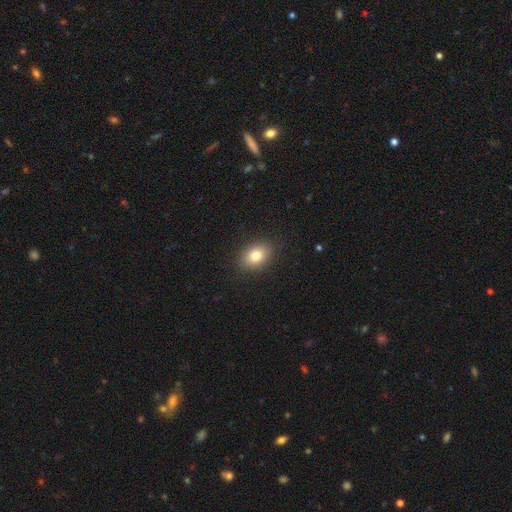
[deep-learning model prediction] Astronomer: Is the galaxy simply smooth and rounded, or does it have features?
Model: smooth — 80%.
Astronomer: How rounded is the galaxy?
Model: in between — 77%.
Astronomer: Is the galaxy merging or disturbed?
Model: none — 88%.